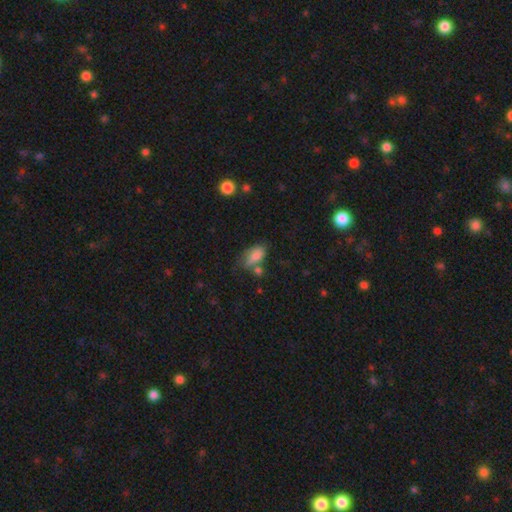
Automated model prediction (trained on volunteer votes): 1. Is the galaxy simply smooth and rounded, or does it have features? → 78% smooth, 13% featured or disk, 8% star or artifact.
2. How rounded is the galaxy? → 88% in between, 8% cigar-shaped, 4% round.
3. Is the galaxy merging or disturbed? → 44% none, 27% minor disturbance, 18% merger, 11% major disturbance.